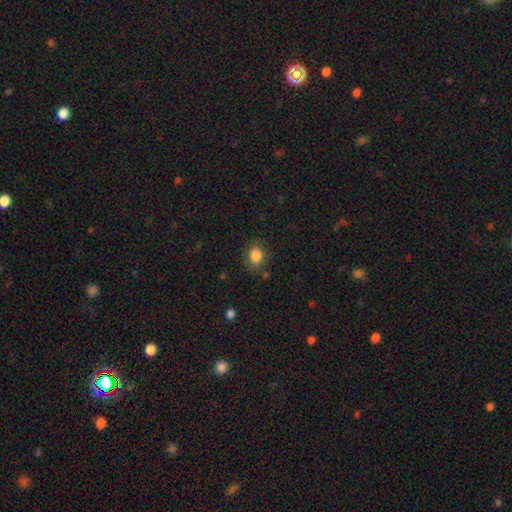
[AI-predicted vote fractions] This appears to be a smooth galaxy with no disk features (85%) that is in between round and cigar-shaped (52%). Merging: none (78%).